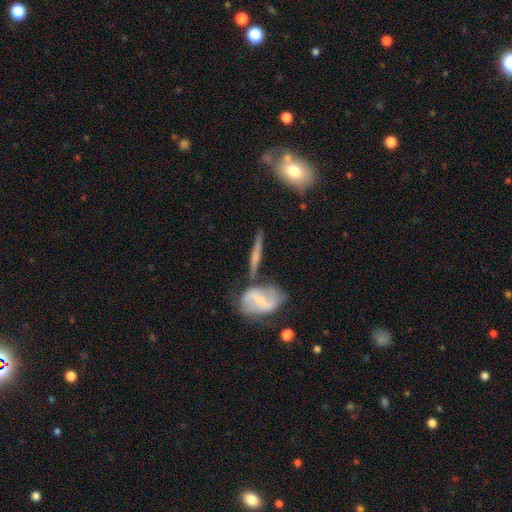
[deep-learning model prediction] smooth-or-featured: featured or disk: 63% | smooth: 29% | star or artifact: 8%
  disk-edge-on: yes: 83% | no: 17%
    edge-on-bulge: rounded: 54% | none: 32% | boxy: 15%
  merging: none: 62% | merger: 18% | minor disturbance: 14% | major disturbance: 6%